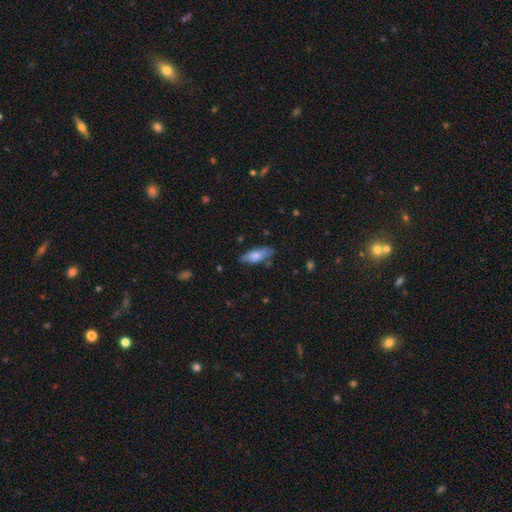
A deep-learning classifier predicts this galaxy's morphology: smooth 75%, featured or disk 19%, star or artifact 6%. Down the decision tree: how rounded — in between (69%); merging — none (74%).